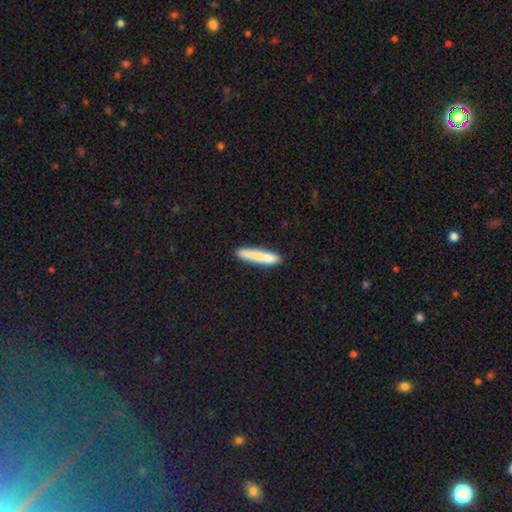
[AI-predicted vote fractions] smooth 79%, featured or disk 14%, star or artifact 6%. Down the decision tree: how rounded — cigar-shaped (93%); merging — none (79%).